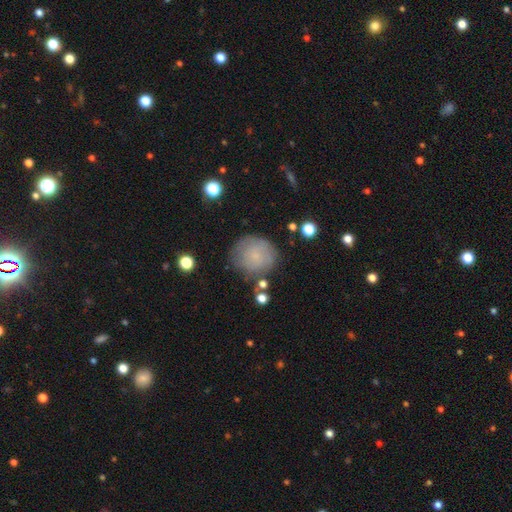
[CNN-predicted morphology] Smooth or featured? Predicted: smooth (p=0.70). How rounded? Predicted: round (p=0.88). Merging? Predicted: none (p=0.72).